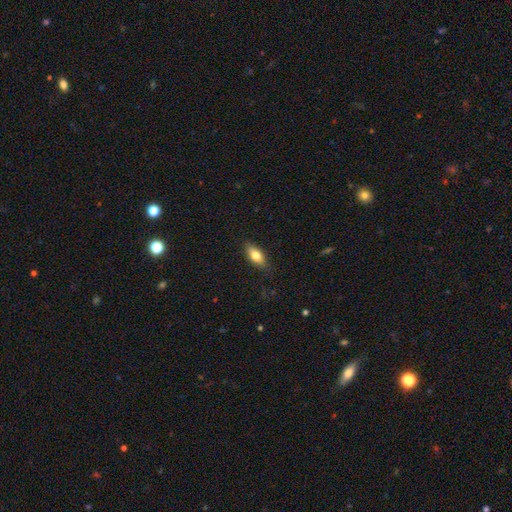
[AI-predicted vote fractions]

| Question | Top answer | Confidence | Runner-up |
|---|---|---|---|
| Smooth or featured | smooth | 75% | featured or disk (18%) |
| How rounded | in between | 81% | cigar-shaped (15%) |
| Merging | none | 84% | minor disturbance (12%) |